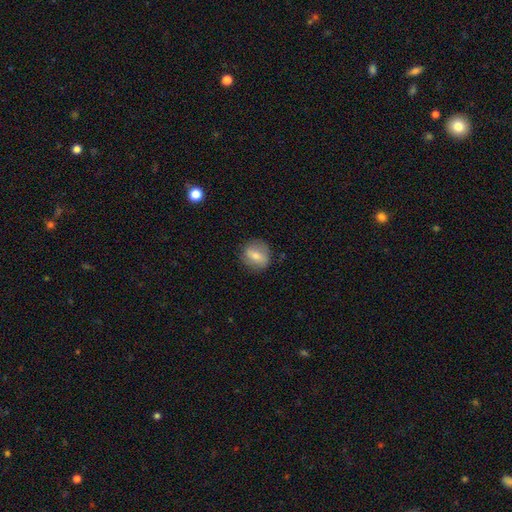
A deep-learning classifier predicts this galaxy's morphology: Smooth or featured: smooth — 61% (featured or disk — 30%)
How rounded: round — 71% (in between — 27%)
Merging: none — 83% (minor disturbance — 12%)